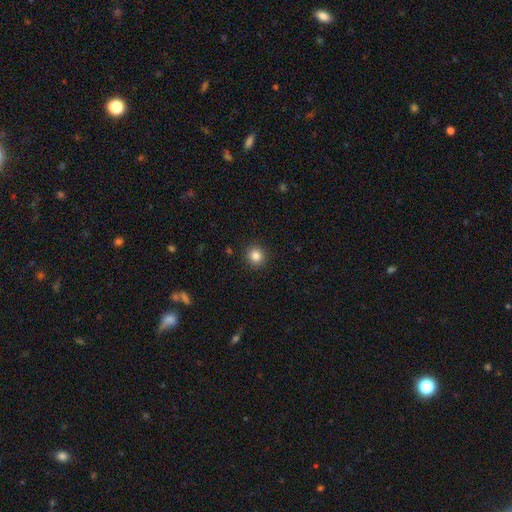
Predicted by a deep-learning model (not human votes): This is clearly a smooth galaxy (84%). How rounded: clearly round (92%). Merging: clearly none (91%).